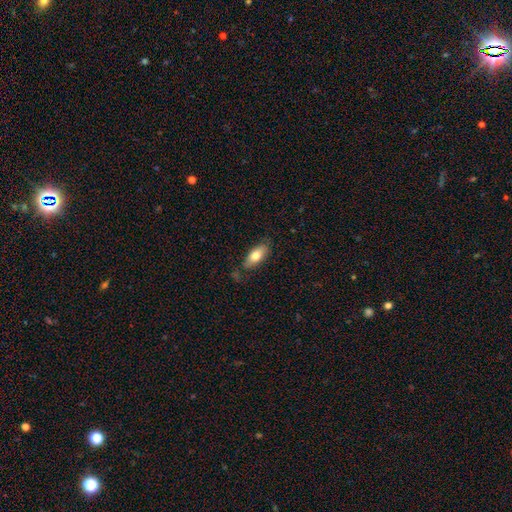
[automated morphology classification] The model was most divided on "smooth or featured": smooth: 73%, featured or disk: 20%, star or artifact: 6%. More confident: how rounded — in between (81%); merging — none (77%).